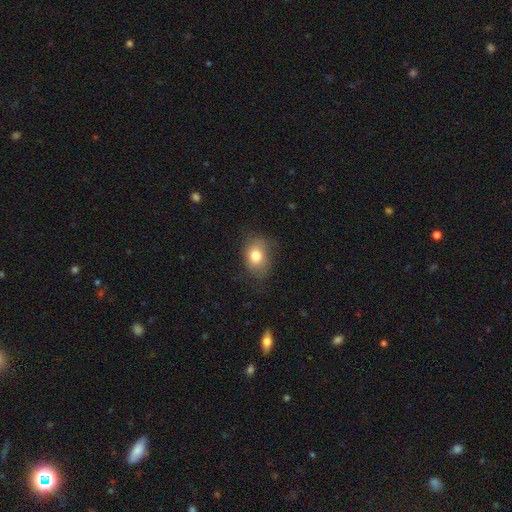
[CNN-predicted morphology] smooth_or_featured: smooth (p=0.78) [alt: featured or disk p=0.12]
how_rounded: in between (p=0.64) [alt: round p=0.35]
merging: none (p=0.67) [alt: minor disturbance p=0.23]